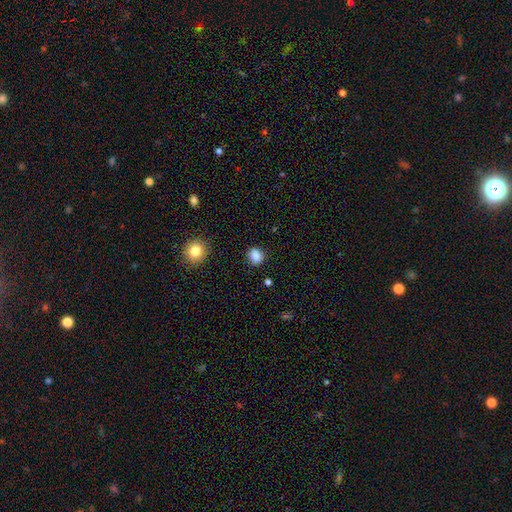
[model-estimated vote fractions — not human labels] Smooth or featured?
  - smooth: 84% *
  - star or artifact: 10%
  - featured or disk: 6%
How rounded?
  - round: 72% *
  - in between: 27%
  - cigar-shaped: 1%
Merging?
  - none: 86% *
  - minor disturbance: 10%
  - major disturbance: 3%
  - merger: 2%